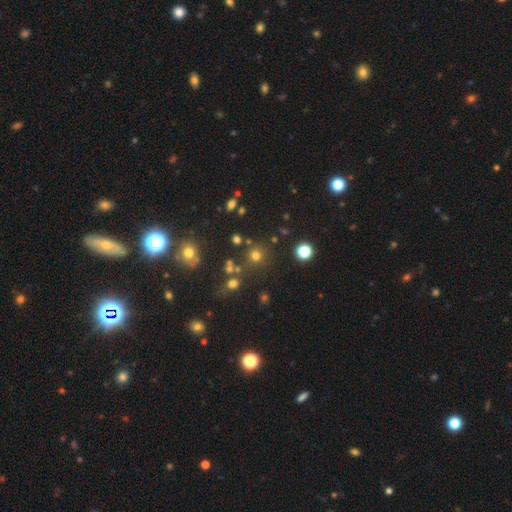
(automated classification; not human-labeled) This is likely a smooth galaxy (64%). How rounded: clearly round (92%). Merging: likely none (79%).